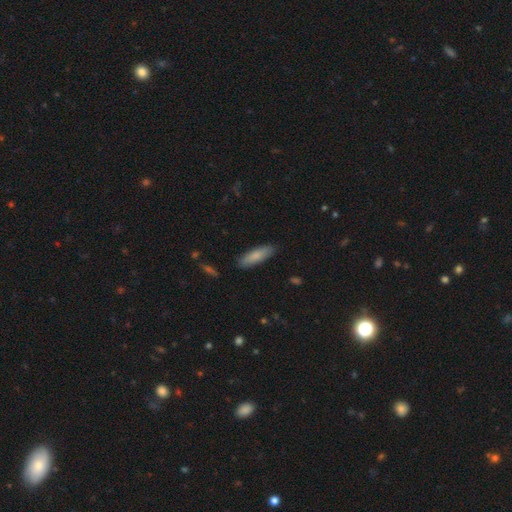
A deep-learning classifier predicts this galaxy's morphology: smooth-or-featured: smooth: 82% | featured or disk: 12% | star or artifact: 6%
  how-rounded: cigar-shaped: 57% | in between: 41% | round: 2%
  merging: none: 88% | minor disturbance: 9% | major disturbance: 2% | merger: 1%